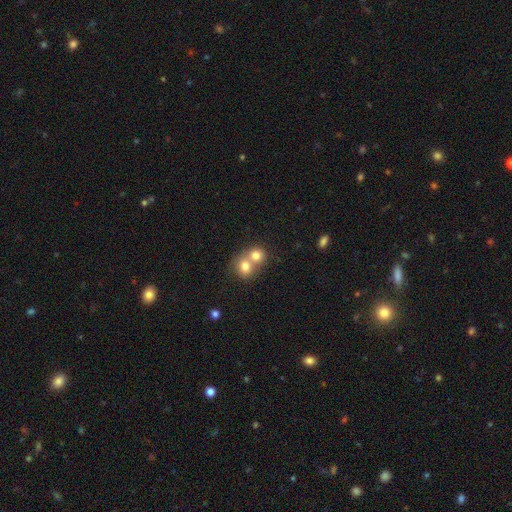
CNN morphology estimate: Smooth or featured?
  - smooth: 75% *
  - featured or disk: 15%
  - star or artifact: 10%
How rounded?
  - round: 75% *
  - in between: 24%
  - cigar-shaped: 1%
Merging?
  - merger: 66% *
  - none: 27%
  - minor disturbance: 4%
  - major disturbance: 2%